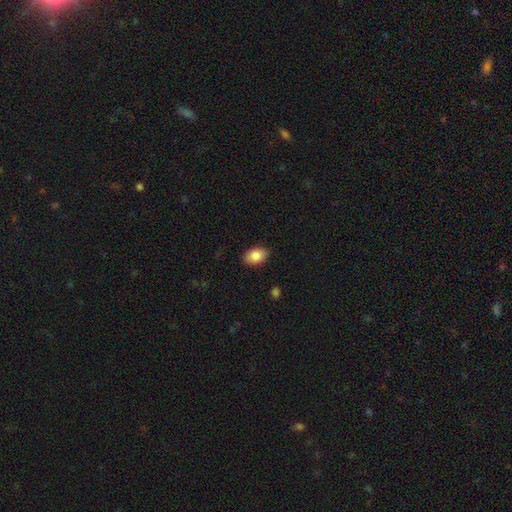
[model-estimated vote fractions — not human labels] Q: Smooth or featured?
A: smooth (86%); runner-up: star or artifact (7%)
Q: How rounded?
A: in between (89%); runner-up: round (10%)
Q: Merging?
A: none (88%); runner-up: minor disturbance (9%)